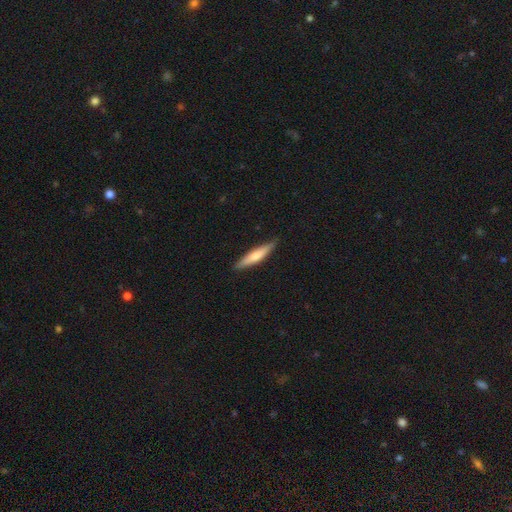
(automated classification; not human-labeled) The model was most divided on "smooth or featured": smooth: 60%, featured or disk: 34%, star or artifact: 5%. More confident: merging — none (88%); how rounded — cigar-shaped (88%).